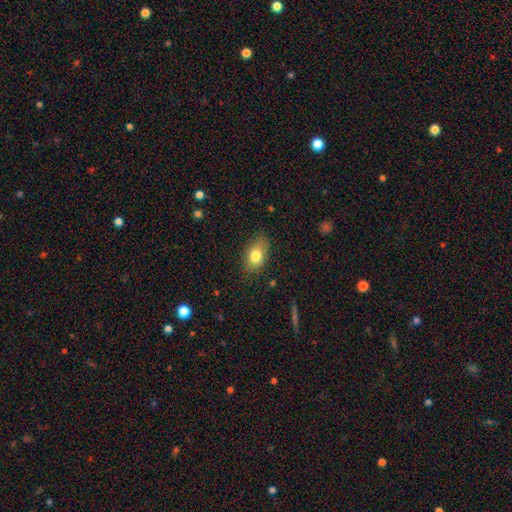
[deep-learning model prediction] Morphology: type=smooth (79%); roundness=in between (85%); merging=none (78%).